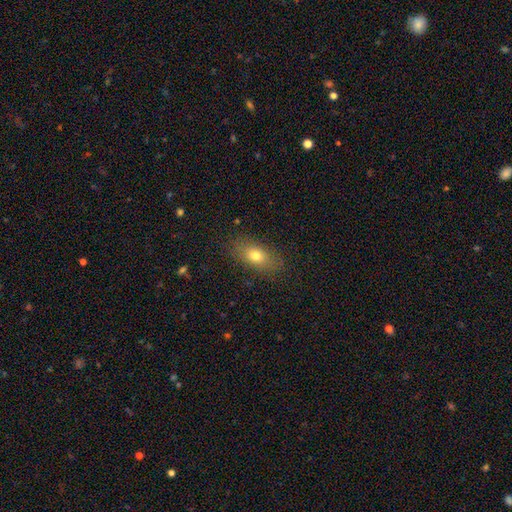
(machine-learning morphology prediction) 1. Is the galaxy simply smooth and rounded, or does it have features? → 74% smooth, 16% featured or disk, 10% star or artifact.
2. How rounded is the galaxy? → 80% in between, 12% round, 8% cigar-shaped.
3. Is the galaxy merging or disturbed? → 83% none, 12% minor disturbance, 4% major disturbance, 1% merger.